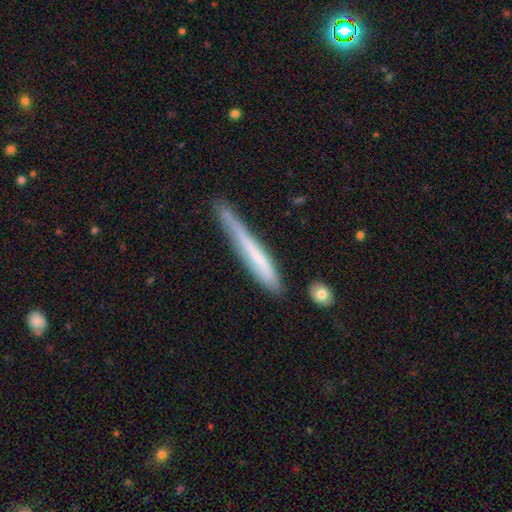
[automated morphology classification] smooth_or_featured: smooth (p=0.52) [alt: featured or disk p=0.42]
how_rounded: cigar-shaped (p=0.96) [alt: in between p=0.03]
merging: none (p=0.59) [alt: minor disturbance p=0.27]